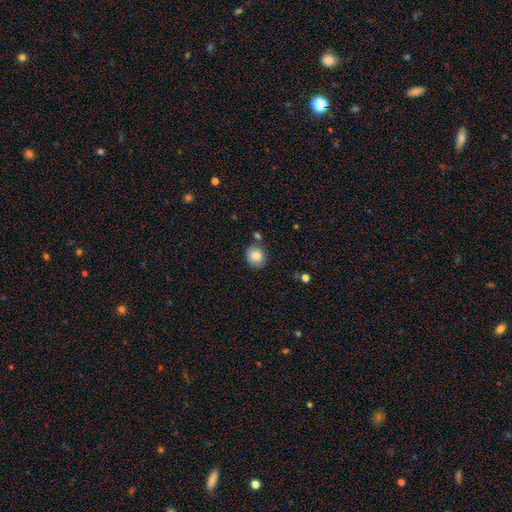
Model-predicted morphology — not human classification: A smooth galaxy with no disk features (84%) that is round (70%).

Vote fractions:
- Smooth or featured? smooth: 84% / star or artifact: 9% / featured or disk: 8%
- How rounded? round: 70% / in between: 29% / cigar-shaped: 1%
- Merging? none: 77% / minor disturbance: 13% / merger: 7% / major disturbance: 3%